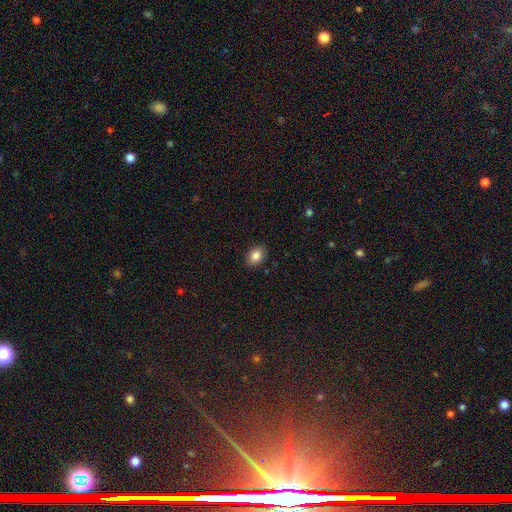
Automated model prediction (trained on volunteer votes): smooth-or-featured: smooth: 85% | star or artifact: 9% | featured or disk: 5%
  how-rounded: in between: 65% | round: 34% | cigar-shaped: 1%
  merging: none: 89% | minor disturbance: 8% | major disturbance: 2% | merger: 1%